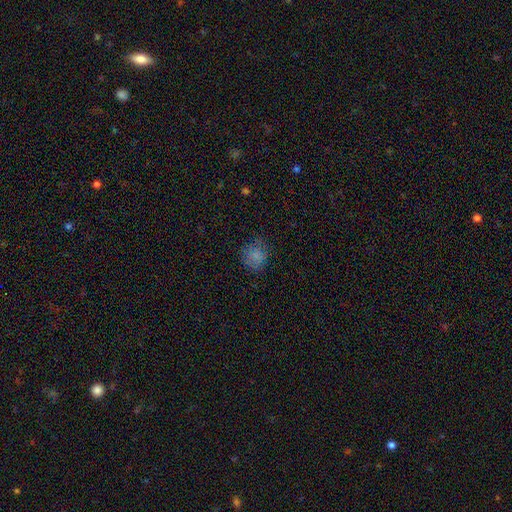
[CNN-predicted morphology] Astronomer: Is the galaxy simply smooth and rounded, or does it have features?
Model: smooth — 71%.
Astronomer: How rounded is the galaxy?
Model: round — 75%.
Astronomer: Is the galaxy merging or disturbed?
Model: none — 73%.